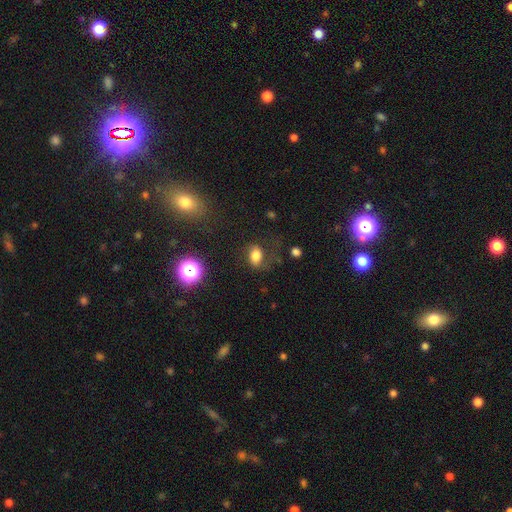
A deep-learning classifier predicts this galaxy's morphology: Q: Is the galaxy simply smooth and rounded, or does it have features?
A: smooth — 73%.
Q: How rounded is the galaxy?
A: in between — 76%.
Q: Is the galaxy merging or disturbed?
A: none — 57%.